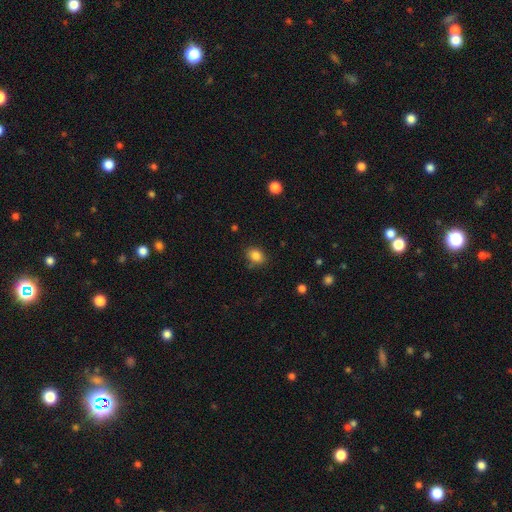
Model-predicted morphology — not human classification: A smooth galaxy with no disk features (85%) that is in between round and cigar-shaped (62%).

Vote fractions:
- Smooth or featured? smooth: 85% / star or artifact: 10% / featured or disk: 5%
- How rounded? in between: 62% / round: 37% / cigar-shaped: 1%
- Merging? none: 82% / minor disturbance: 13% / major disturbance: 3% / merger: 3%